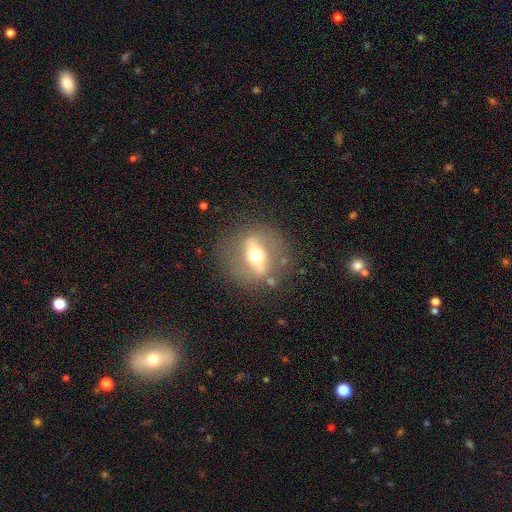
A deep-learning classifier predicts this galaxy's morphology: Smooth or featured?
  - featured or disk: 68% *
  - smooth: 25%
  - star or artifact: 7%
Edge-on disk?
  - no: 62% *
  - yes: 38%
Merging?
  - none: 78% *
  - minor disturbance: 12%
  - major disturbance: 7%
  - merger: 2%